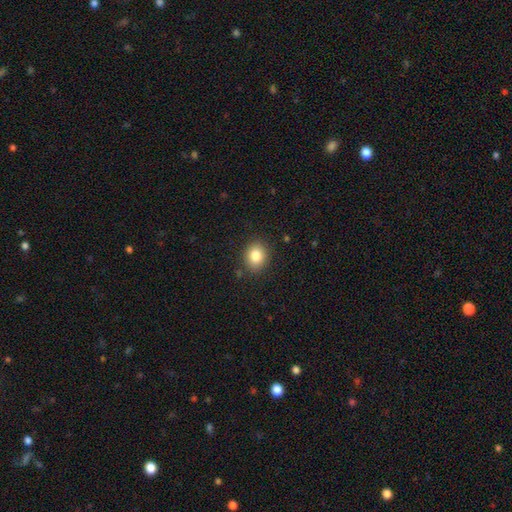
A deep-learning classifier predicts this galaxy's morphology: The model was most divided on "how rounded": round: 59%, in between: 40%, cigar-shaped: 1%. More confident: merging — none (87%); smooth or featured — smooth (83%).